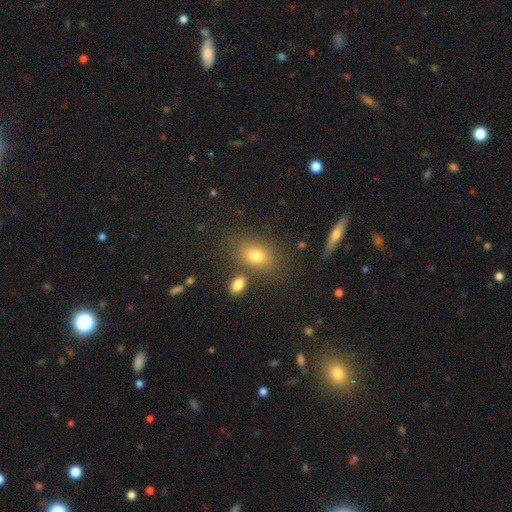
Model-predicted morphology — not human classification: Smooth or featured: smooth — 75% (featured or disk — 13%)
How rounded: in between — 78% (round — 20%)
Merging: none — 72% (minor disturbance — 13%)